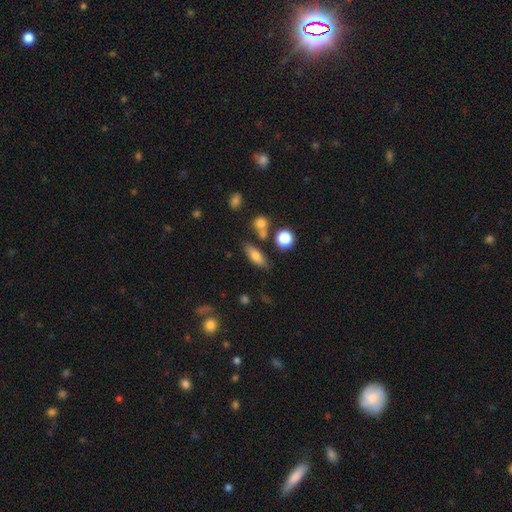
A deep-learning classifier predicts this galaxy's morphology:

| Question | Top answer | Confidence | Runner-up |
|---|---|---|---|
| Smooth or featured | smooth | 73% | featured or disk (18%) |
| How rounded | in between | 64% | cigar-shaped (30%) |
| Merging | none | 73% | minor disturbance (14%) |